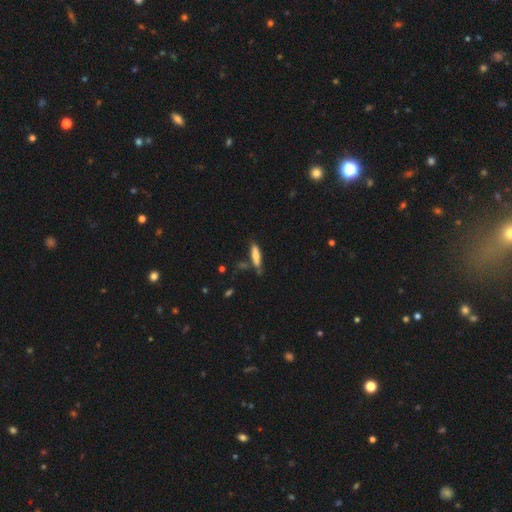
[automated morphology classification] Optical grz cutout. It shows a smooth galaxy with no disk features (73%) that is cigar-shaped (73%). Merging: none (65%).